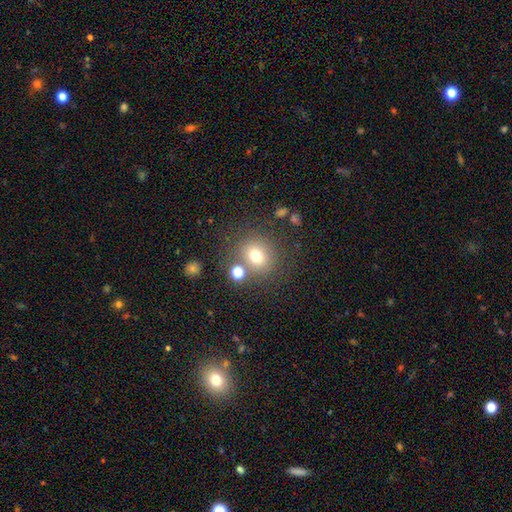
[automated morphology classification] Q: Smooth or featured?
A: smooth (64%); runner-up: star or artifact (25%)
Q: How rounded?
A: round (83%); runner-up: in between (16%)
Q: Merging?
A: none (74%); runner-up: merger (13%)